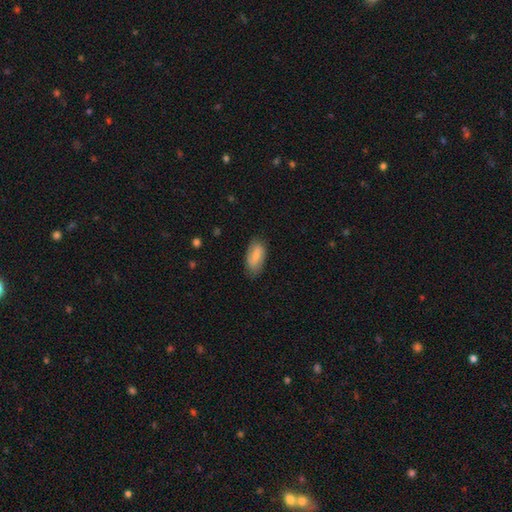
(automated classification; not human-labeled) Smooth or featured: smooth — 75% (featured or disk — 19%)
How rounded: in between — 90% (cigar-shaped — 7%)
Merging: none — 76% (minor disturbance — 19%)